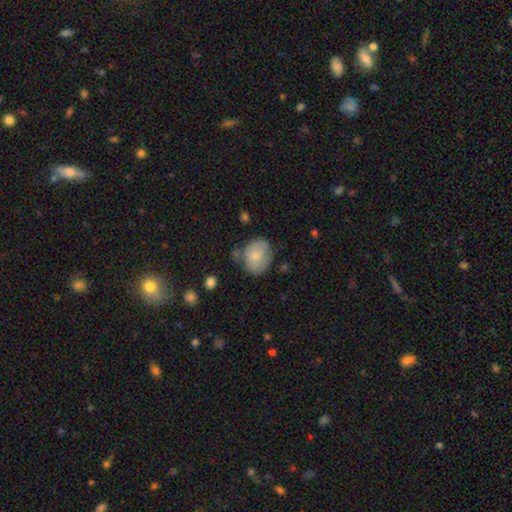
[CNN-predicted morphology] Q: Smooth or featured?
A: smooth (74%); runner-up: featured or disk (19%)
Q: How rounded?
A: round (53%); runner-up: in between (46%)
Q: Merging?
A: none (61%); runner-up: minor disturbance (25%)